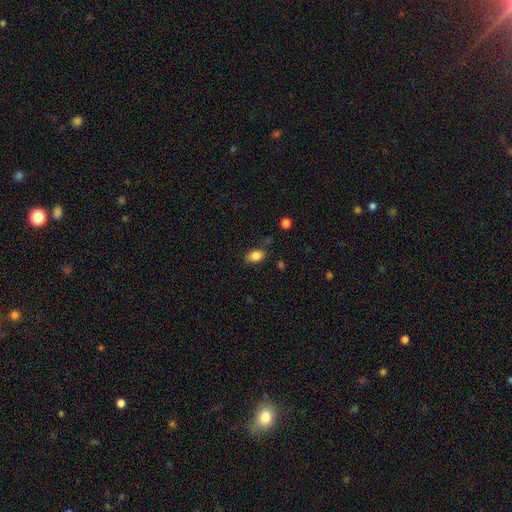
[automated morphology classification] smooth 85%, star or artifact 9%, featured or disk 6%. Down the decision tree: how rounded — in between (79%); merging — none (76%).